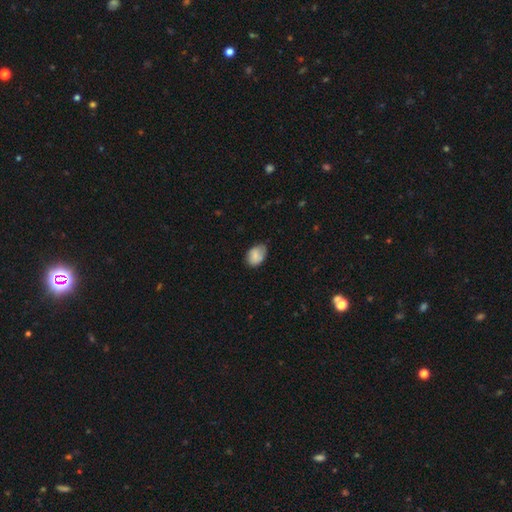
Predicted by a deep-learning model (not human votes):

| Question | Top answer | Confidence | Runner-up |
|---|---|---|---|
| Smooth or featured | smooth | 76% | featured or disk (16%) |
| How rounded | in between | 82% | round (17%) |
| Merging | none | 63% | minor disturbance (30%) |